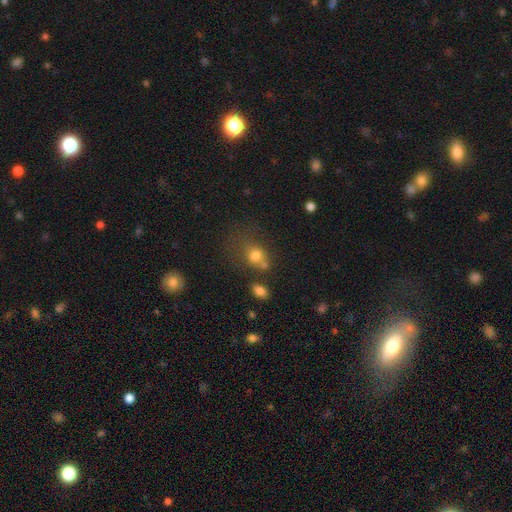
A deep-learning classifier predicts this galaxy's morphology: Smooth or featured?
  - smooth: 74% *
  - star or artifact: 14%
  - featured or disk: 12%
How rounded?
  - round: 52% *
  - in between: 47%
  - cigar-shaped: 2%
Merging?
  - none: 38% *
  - merger: 24%
  - minor disturbance: 20%
  - major disturbance: 18%